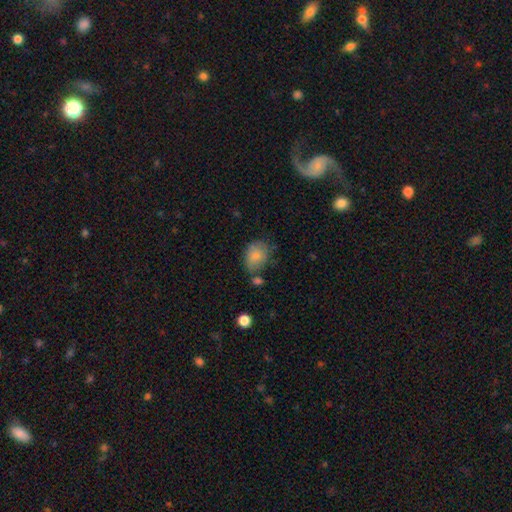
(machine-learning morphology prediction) smooth_or_featured: smooth (p=0.81) [alt: featured or disk p=0.11]
how_rounded: in between (p=0.63) [alt: round p=0.36]
merging: none (p=0.58) [alt: minor disturbance p=0.25]